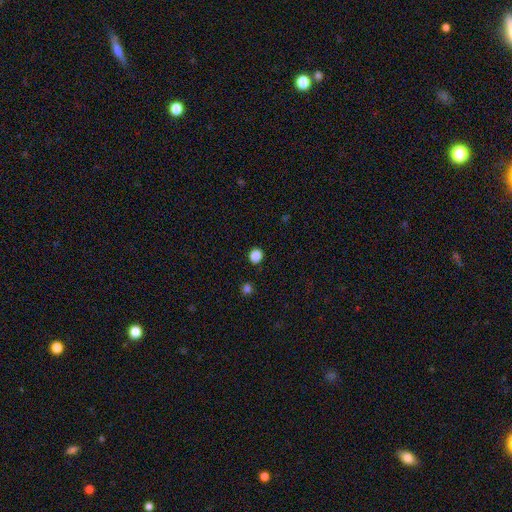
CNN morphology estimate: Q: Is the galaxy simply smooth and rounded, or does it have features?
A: smooth — 86%.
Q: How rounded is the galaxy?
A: round — 81%.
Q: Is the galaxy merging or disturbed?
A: none — 91%.